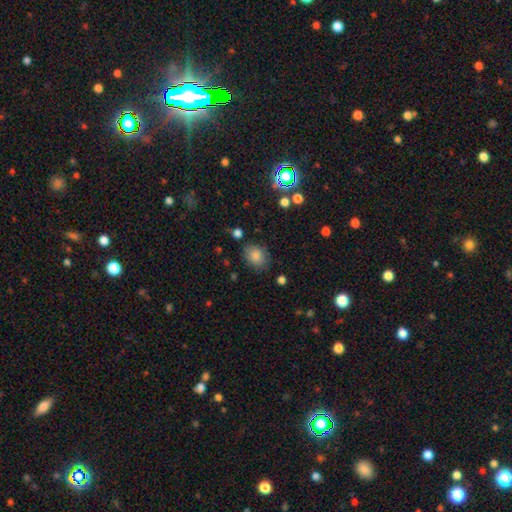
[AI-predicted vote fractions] Smooth or featured? Predicted: smooth (p=0.83). How rounded? Predicted: in between (p=0.57). Merging? Predicted: none (p=0.76).